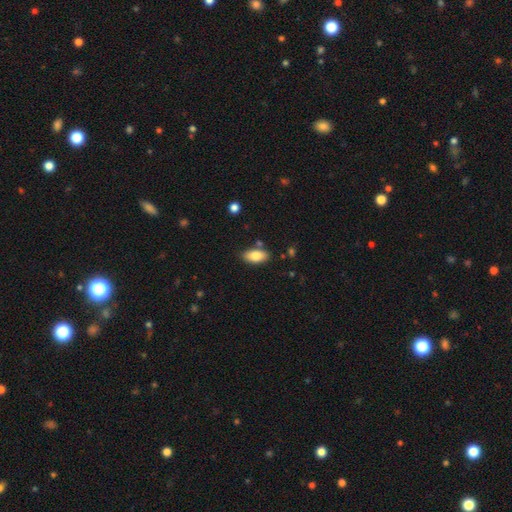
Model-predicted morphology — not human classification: Smooth or featured?
  - smooth: 82% *
  - featured or disk: 11%
  - star or artifact: 7%
How rounded?
  - in between: 91% *
  - cigar-shaped: 6%
  - round: 3%
Merging?
  - none: 81% *
  - minor disturbance: 12%
  - merger: 4%
  - major disturbance: 3%